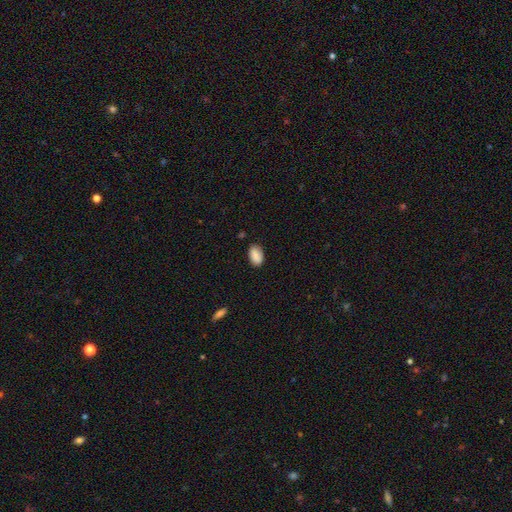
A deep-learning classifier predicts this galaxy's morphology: type=smooth (88%); roundness=in between (93%); merging=none (82%).